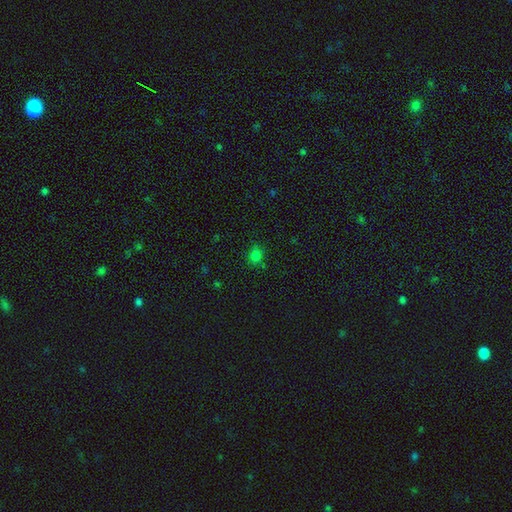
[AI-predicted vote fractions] A smooth galaxy with no disk features (74%) that is round (66%).

Vote fractions:
- Smooth or featured? smooth: 74% / star or artifact: 21% / featured or disk: 5%
- How rounded? round: 66% / in between: 33% / cigar-shaped: 1%
- Merging? none: 76% / minor disturbance: 16% / major disturbance: 4% / merger: 4%